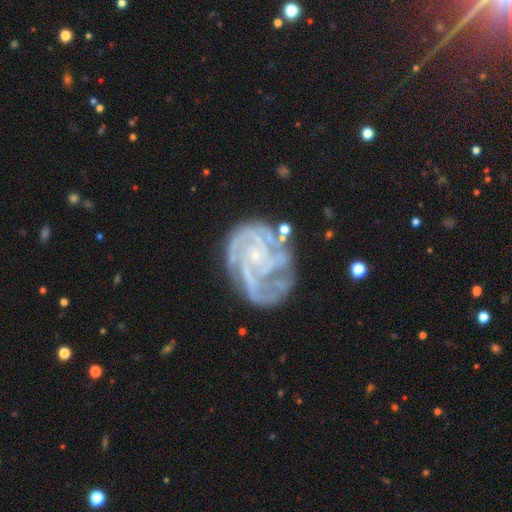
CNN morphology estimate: Smooth or featured: featured or disk — 88% (star or artifact — 6%)
Edge-on disk: no — 98% (yes — 2%)
Bar: no — 76% (weak — 19%)
Spiral arms: yes — 96% (no — 4%)
Spiral winding: tight — 61% (medium — 32%)
Spiral arm count: 3 — 30% (4 — 24%)
Bulge size: small — 83% (moderate — 8%)
Merging: none — 55% (minor disturbance — 24%)